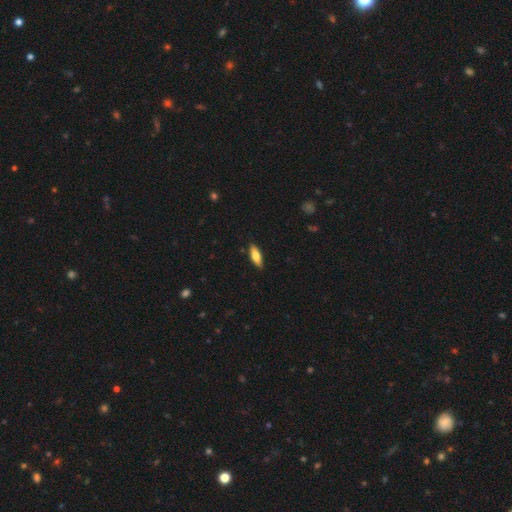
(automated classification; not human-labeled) This appears to be a smooth galaxy with no disk features (73%) that is in between round and cigar-shaped (61%). Merging: none (88%).